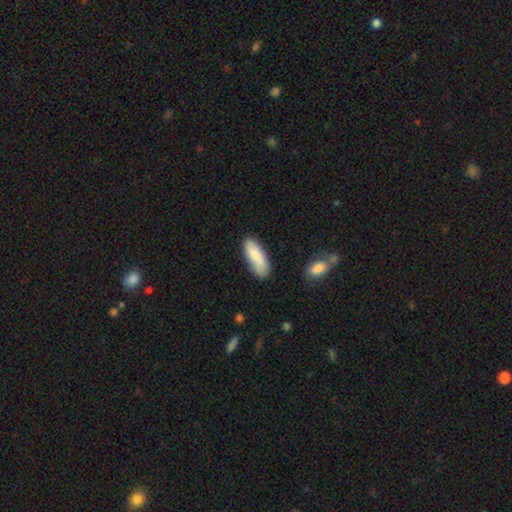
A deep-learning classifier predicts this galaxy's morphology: Smooth or featured?
  - smooth: 80% *
  - featured or disk: 14%
  - star or artifact: 6%
How rounded?
  - in between: 71% *
  - cigar-shaped: 27%
  - round: 2%
Merging?
  - none: 75% *
  - minor disturbance: 18%
  - major disturbance: 4%
  - merger: 3%